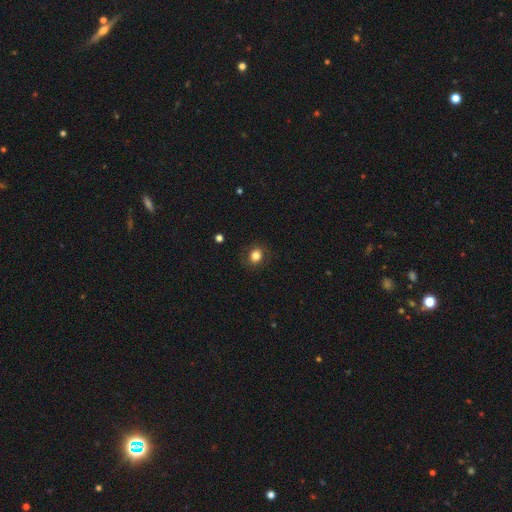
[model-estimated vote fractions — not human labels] This is clearly a smooth galaxy (81%). How rounded: likely round (64%). Merging: clearly none (84%).